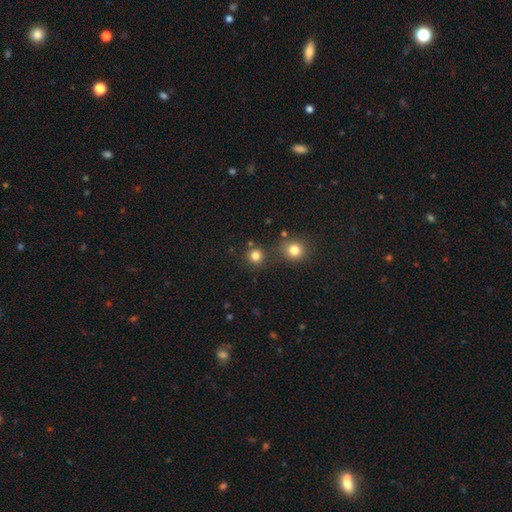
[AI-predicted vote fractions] Smooth or featured: smooth — 81% (star or artifact — 15%)
How rounded: round — 93% (in between — 6%)
Merging: none — 81% (merger — 10%)